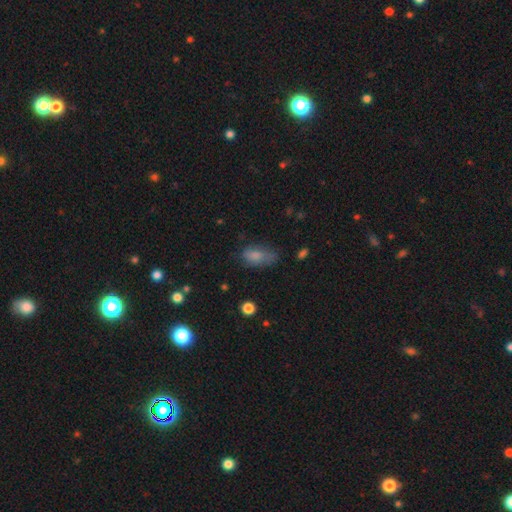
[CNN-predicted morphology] smooth_or_featured: smooth (p=0.76) [alt: featured or disk p=0.14]
how_rounded: in between (p=0.87) [alt: cigar-shaped p=0.08]
merging: none (p=0.45) [alt: minor disturbance p=0.35]